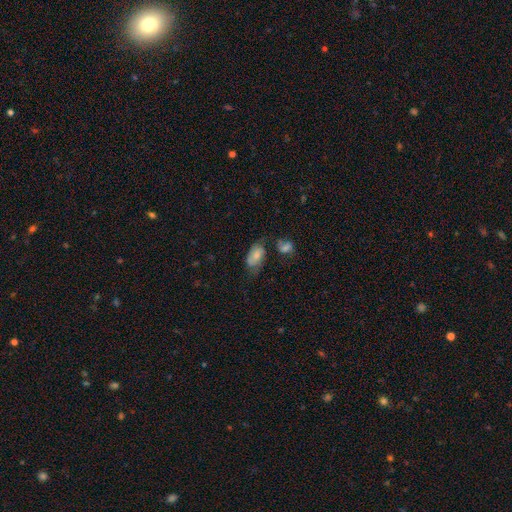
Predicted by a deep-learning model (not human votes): This appears to be a smooth galaxy with no disk features (67%) that is in between round and cigar-shaped (92%). Merging: none (48%).